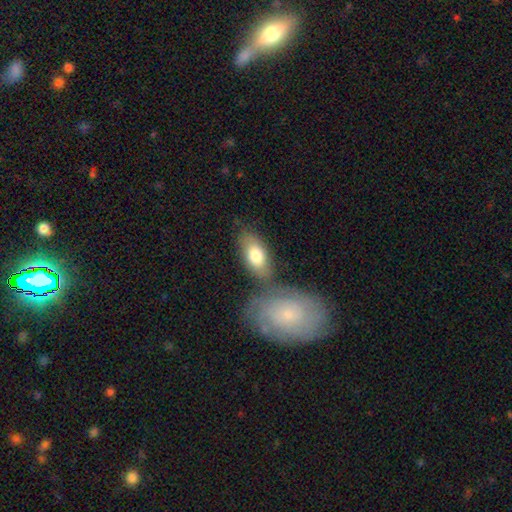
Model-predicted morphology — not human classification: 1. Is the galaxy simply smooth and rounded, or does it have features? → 74% smooth, 20% featured or disk, 6% star or artifact.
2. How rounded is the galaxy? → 89% in between, 7% cigar-shaped, 4% round.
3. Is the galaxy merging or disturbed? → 60% none, 21% merger, 14% minor disturbance, 5% major disturbance.